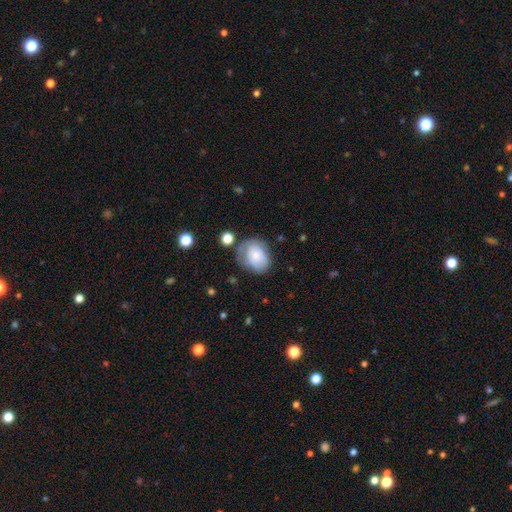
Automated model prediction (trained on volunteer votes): Morphology: type=smooth (66%); roundness=in between (54%); merging=none (55%).